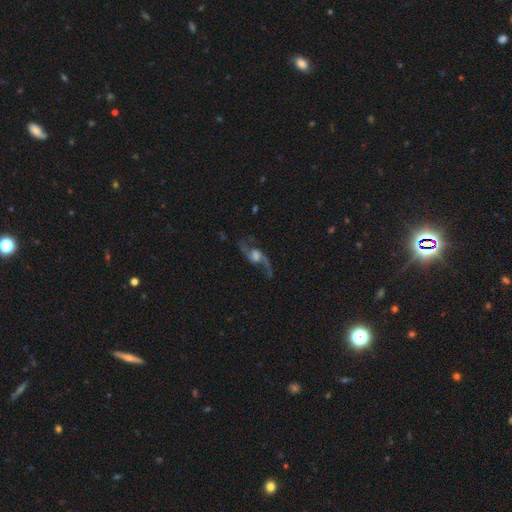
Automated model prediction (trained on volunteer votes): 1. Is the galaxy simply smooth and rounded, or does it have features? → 86% featured or disk, 8% smooth, 6% star or artifact.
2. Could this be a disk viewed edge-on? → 93% no, 7% yes.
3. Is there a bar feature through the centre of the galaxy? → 47% no, 41% weak, 12% strong.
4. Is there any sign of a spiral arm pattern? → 95% yes, 5% no.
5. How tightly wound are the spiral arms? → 82% loose, 15% medium, 3% tight.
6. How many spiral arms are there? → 93% 2, 2% 1, 2% can't tell, 1% 3, 1% 4, 1% more than 4.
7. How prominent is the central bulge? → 37% moderate, 27% large, 20% small, 12% none, 4% dominant.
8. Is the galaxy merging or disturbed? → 71% none, 14% minor disturbance, 13% major disturbance, 3% merger.